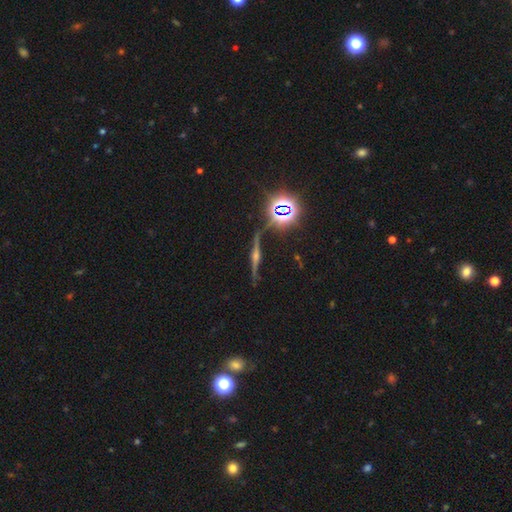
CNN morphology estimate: This appears to be a featured or disk galaxy (61%) viewed edge-on (89%) with a rounded central bulge (84%). Merging: none (81%).